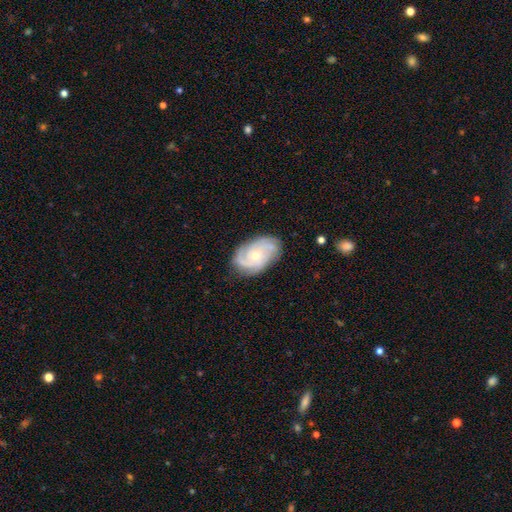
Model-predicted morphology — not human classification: featured or disk 85%, smooth 10%, star or artifact 5%. Down the decision tree: edge-on disk — no (97%); bar — no (77%); spiral arms — yes (97%); spiral arm count — 3 (48%); spiral winding — tight (59%); bulge size — small (53%); merging — none (79%).